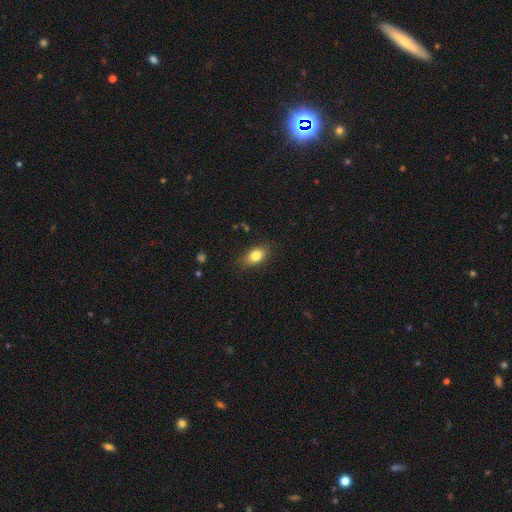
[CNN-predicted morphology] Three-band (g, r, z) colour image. It shows a smooth galaxy with no disk features (82%) that is in between round and cigar-shaped (81%). Merging: none (79%).